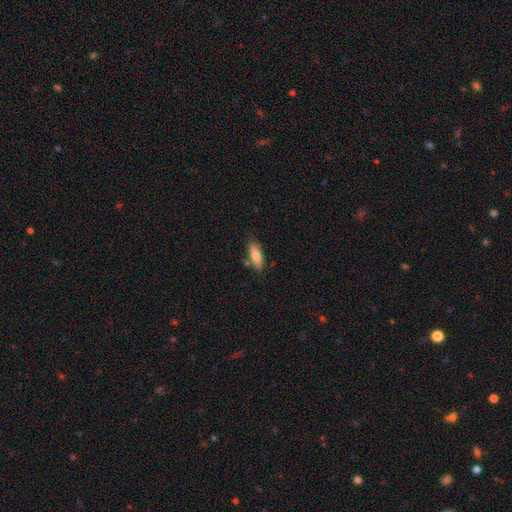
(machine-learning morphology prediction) A smooth galaxy with no disk features (77%) that is in between round and cigar-shaped (59%).

Vote fractions:
- Smooth or featured? smooth: 77% / featured or disk: 16% / star or artifact: 6%
- How rounded? in between: 59% / cigar-shaped: 39% / round: 2%
- Merging? none: 74% / minor disturbance: 15% / merger: 8% / major disturbance: 3%